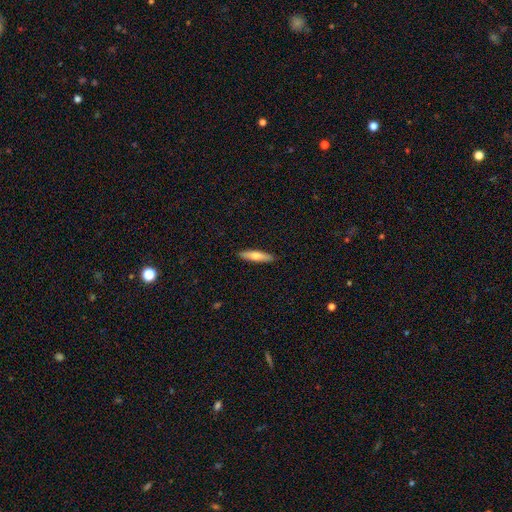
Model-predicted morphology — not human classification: type=smooth (67%); roundness=cigar-shaped (79%); merging=none (90%).